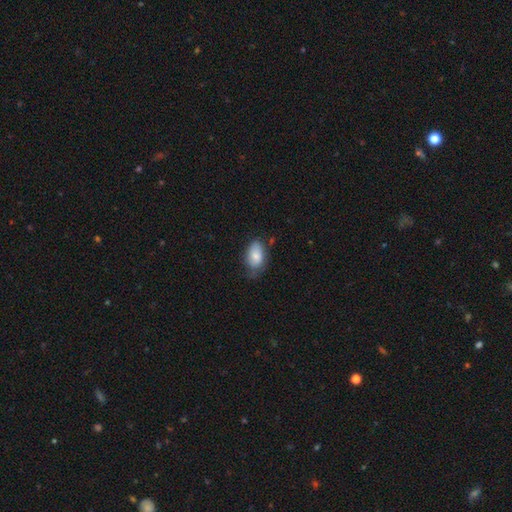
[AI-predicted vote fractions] Overall: smooth (80%). How rounded: in between (92%). Merging: none (55%; minor disturbance 33%).